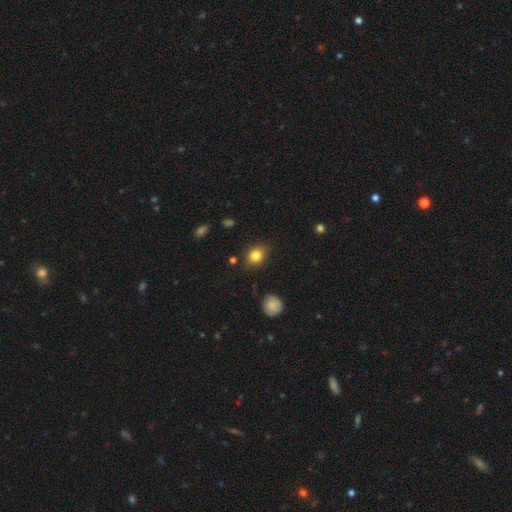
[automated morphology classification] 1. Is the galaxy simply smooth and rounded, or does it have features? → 82% smooth, 10% star or artifact, 8% featured or disk.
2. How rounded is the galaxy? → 50% round, 49% in between, 1% cigar-shaped.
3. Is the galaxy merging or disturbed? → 79% none, 16% minor disturbance, 3% major disturbance, 2% merger.